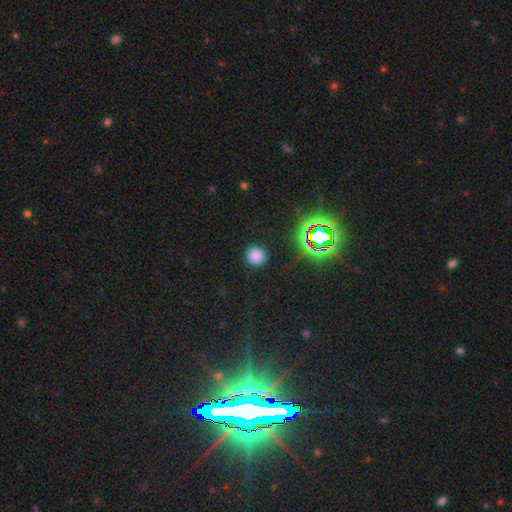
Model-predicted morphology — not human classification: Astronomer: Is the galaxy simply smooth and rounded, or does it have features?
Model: smooth — 77%.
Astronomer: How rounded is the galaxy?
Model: round — 93%.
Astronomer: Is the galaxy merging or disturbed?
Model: none — 89%.